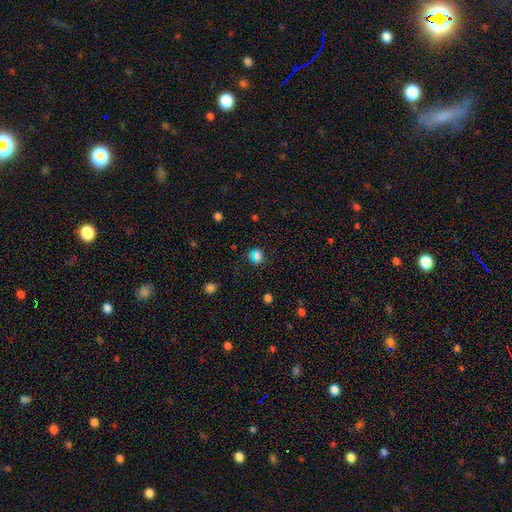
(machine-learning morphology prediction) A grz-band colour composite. It shows a smooth galaxy with no disk features (55%) that is round (67%). Merging: none (79%).